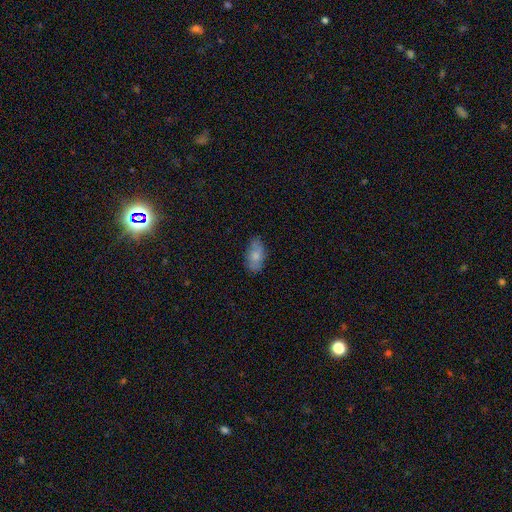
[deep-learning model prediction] smooth_or_featured: smooth (p=0.74) [alt: featured or disk p=0.19]
how_rounded: in between (p=0.92) [alt: round p=0.05]
merging: none (p=0.73) [alt: minor disturbance p=0.21]